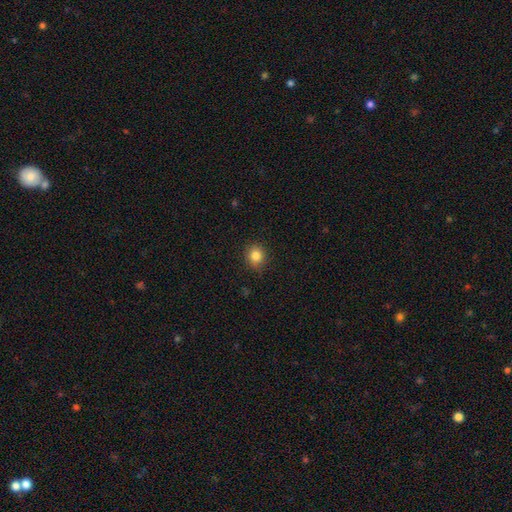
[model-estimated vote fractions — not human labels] Smooth or featured? Predicted: smooth (p=0.84). How rounded? Predicted: round (p=0.80). Merging? Predicted: none (p=0.87).